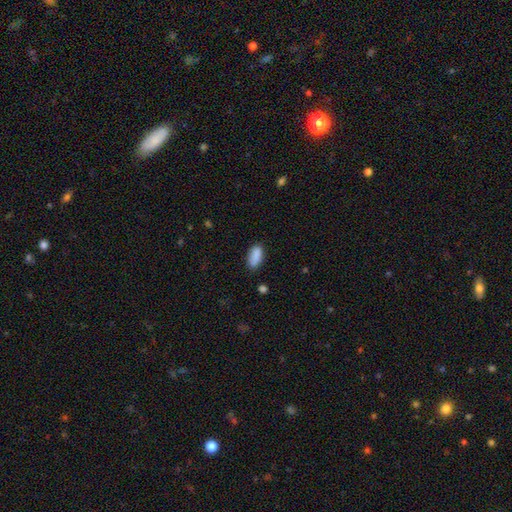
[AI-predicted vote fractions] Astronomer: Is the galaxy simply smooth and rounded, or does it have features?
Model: smooth — 88%.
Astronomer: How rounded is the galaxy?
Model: in between — 88%.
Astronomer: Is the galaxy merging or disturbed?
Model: none — 76%.